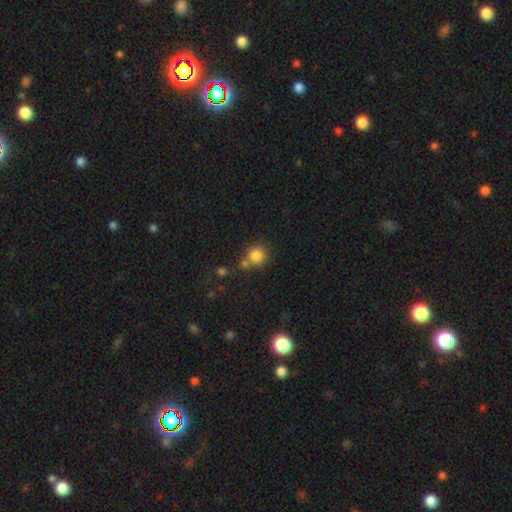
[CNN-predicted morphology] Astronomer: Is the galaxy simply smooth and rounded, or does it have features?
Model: smooth — 83%.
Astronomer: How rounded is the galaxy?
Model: round — 89%.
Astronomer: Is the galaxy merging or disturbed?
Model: none — 57%.